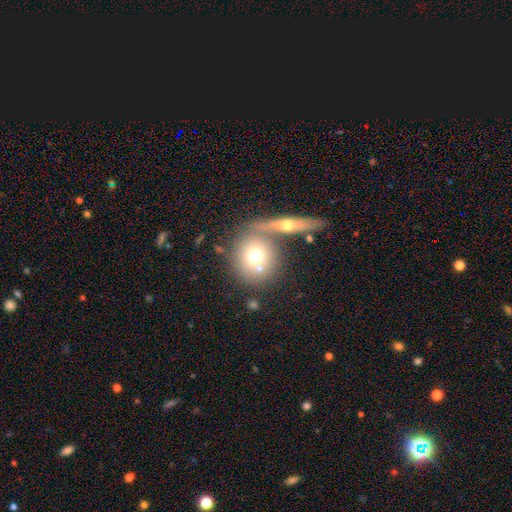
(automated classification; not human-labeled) Overall: smooth (63%; featured or disk 28%). How rounded: round (87%). Merging: none (55%; merger 30%).